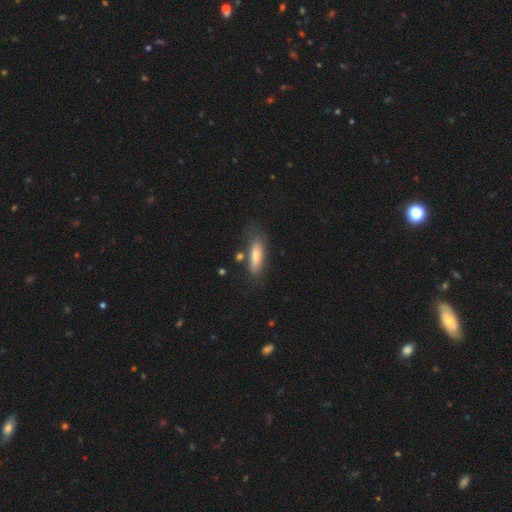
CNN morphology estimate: type=smooth (73%); roundness=in between (53%); merging=none (69%).